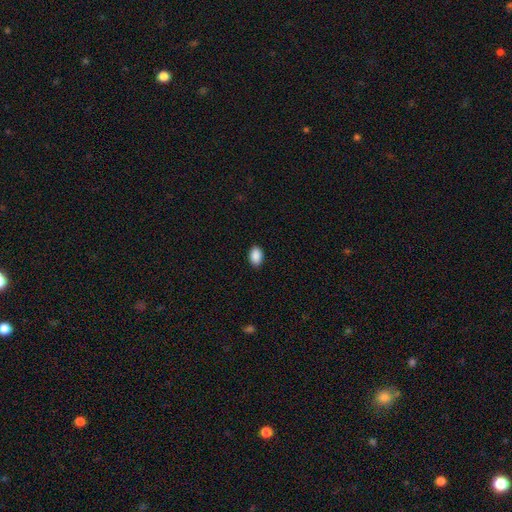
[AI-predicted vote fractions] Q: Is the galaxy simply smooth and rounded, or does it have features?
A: smooth — 90%.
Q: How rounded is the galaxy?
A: in between — 87%.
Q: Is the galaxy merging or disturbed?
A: none — 89%.